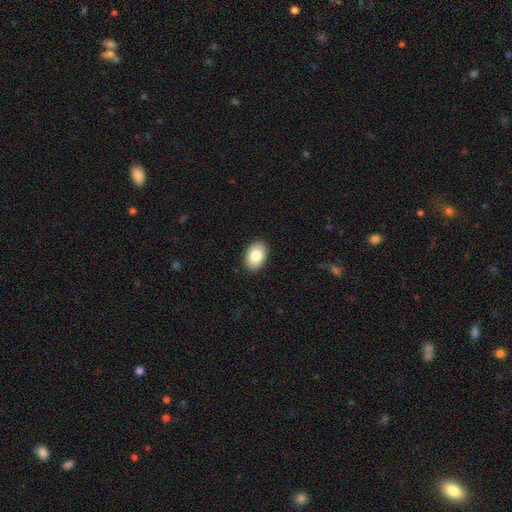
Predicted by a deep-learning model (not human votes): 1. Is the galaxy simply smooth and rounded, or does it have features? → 84% smooth, 9% featured or disk, 7% star or artifact.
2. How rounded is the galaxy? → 85% in between, 14% round, 1% cigar-shaped.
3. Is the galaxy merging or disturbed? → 90% none, 7% minor disturbance, 2% major disturbance, 1% merger.